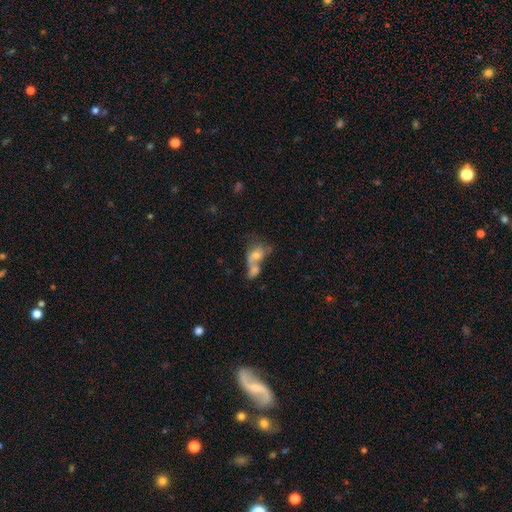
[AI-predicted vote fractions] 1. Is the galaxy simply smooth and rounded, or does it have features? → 61% smooth, 30% featured or disk, 10% star or artifact.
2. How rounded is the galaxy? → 68% in between, 28% round, 4% cigar-shaped.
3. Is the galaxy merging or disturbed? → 71% merger, 13% none, 9% major disturbance, 7% minor disturbance.